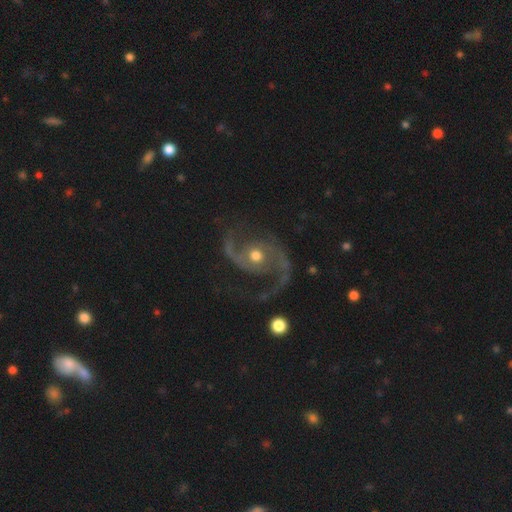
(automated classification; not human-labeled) A featured or disk galaxy (91%) with no bar (68%), 2 (94%) medium (46%) spiral arms (98%) and a moderate central bulge (70%).

Vote fractions:
- Smooth or featured? featured or disk: 91% / star or artifact: 4% / smooth: 4%
- Edge-on disk? no: 98% / yes: 2%
- Bar? no: 68% / weak: 24% / strong: 8%
- Spiral arms? yes: 98% / no: 2%
- Spiral winding? medium: 46% / loose: 44% / tight: 10%
- Spiral arm count? 2: 94% / can't tell: 1% / 1: 1% / 3: 1% / 4: 1% / more than 4: 1%
- Bulge size? moderate: 70% / small: 21% / large: 6% / none: 1% / dominant: 1%
- Merging? none: 71% / minor disturbance: 15% / major disturbance: 11% / merger: 3%